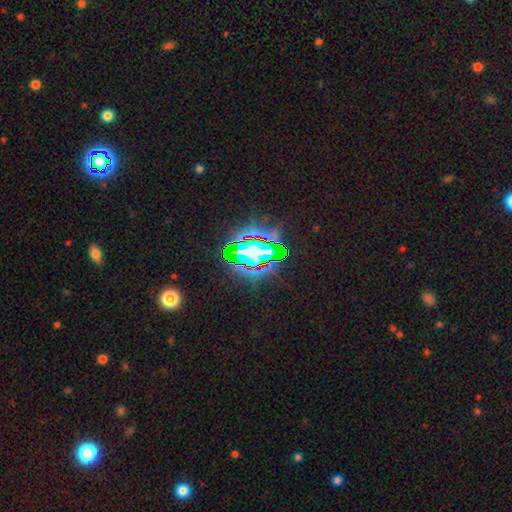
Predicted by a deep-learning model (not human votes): Overall: star or artifact (70%).